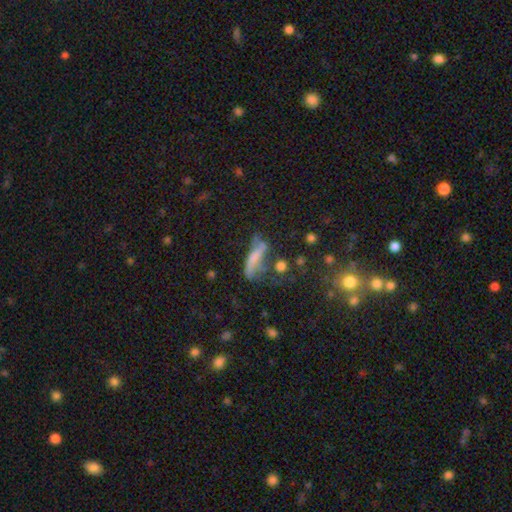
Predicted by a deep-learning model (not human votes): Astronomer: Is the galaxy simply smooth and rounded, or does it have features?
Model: smooth — 44% (runner-up: featured or disk, 41%).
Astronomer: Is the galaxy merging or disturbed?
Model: none — 38% (runner-up: major disturbance, 25%).